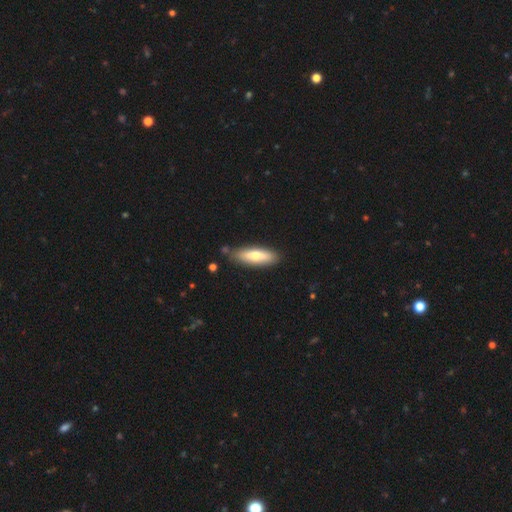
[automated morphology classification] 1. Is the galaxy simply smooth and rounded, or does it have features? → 64% smooth, 31% featured or disk, 6% star or artifact.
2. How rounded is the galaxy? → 51% cigar-shaped, 48% in between, 2% round.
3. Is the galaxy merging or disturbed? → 82% none, 12% minor disturbance, 3% merger, 3% major disturbance.